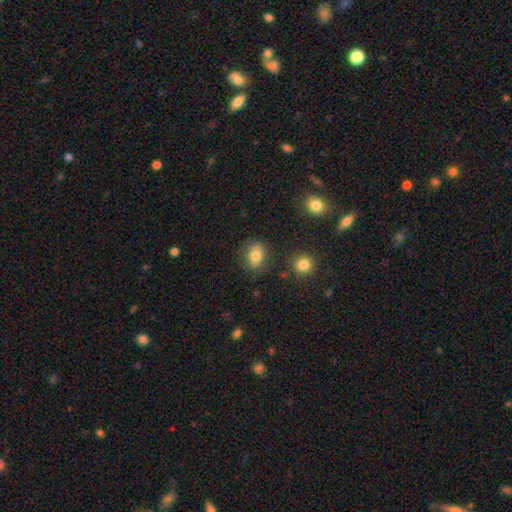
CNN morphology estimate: Q: Smooth or featured?
A: smooth (77%); runner-up: featured or disk (13%)
Q: How rounded?
A: in between (69%); runner-up: round (29%)
Q: Merging?
A: none (79%); runner-up: minor disturbance (14%)